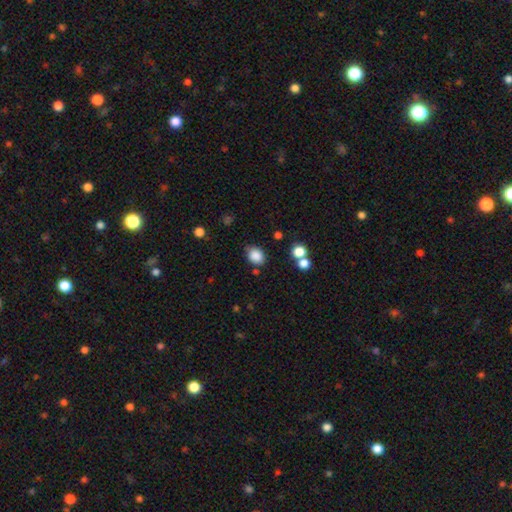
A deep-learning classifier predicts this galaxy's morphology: smooth_or_featured: smooth (p=0.86) [alt: star or artifact p=0.10]
how_rounded: round (p=0.50) [alt: in between p=0.49]
merging: none (p=0.75) [alt: minor disturbance p=0.15]